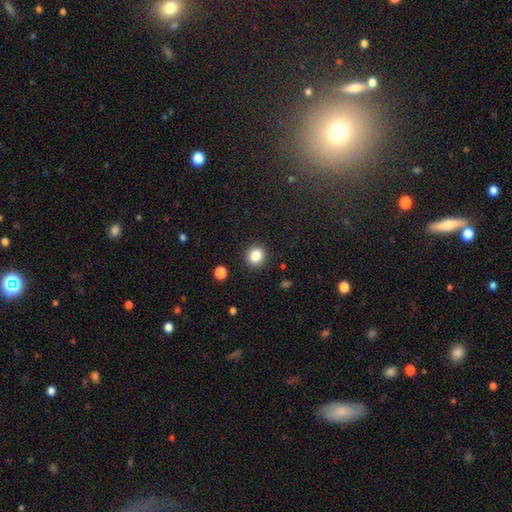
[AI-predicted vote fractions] Q: Smooth or featured?
A: smooth (85%); runner-up: star or artifact (10%)
Q: How rounded?
A: round (82%); runner-up: in between (17%)
Q: Merging?
A: none (90%); runner-up: minor disturbance (6%)